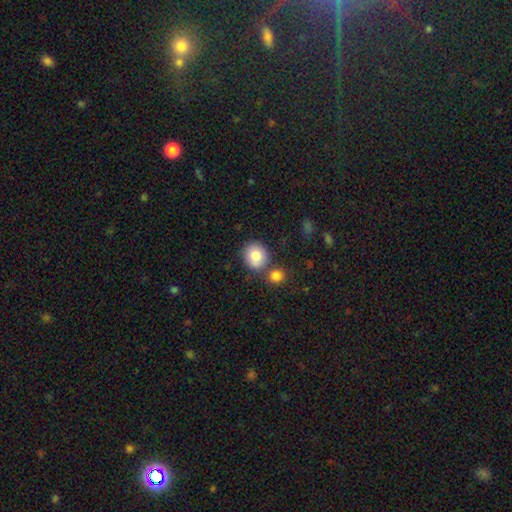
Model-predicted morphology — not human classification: This appears to be a smooth galaxy with no disk features (82%) that is round (79%). Merging: none (68%).